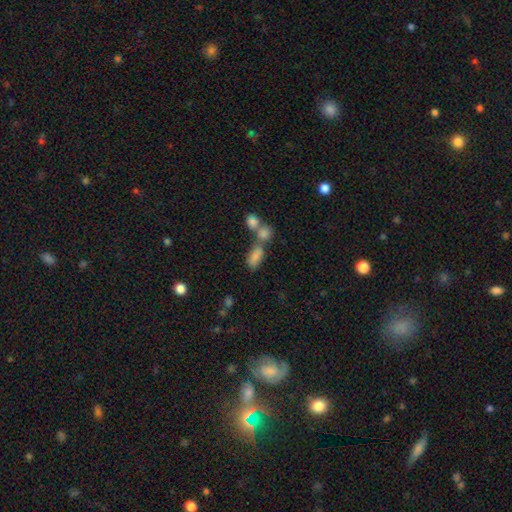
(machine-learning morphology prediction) Smooth or featured: smooth — 79% (featured or disk — 10%)
How rounded: in between — 82% (cigar-shaped — 11%)
Merging: merger — 48% (none — 37%)